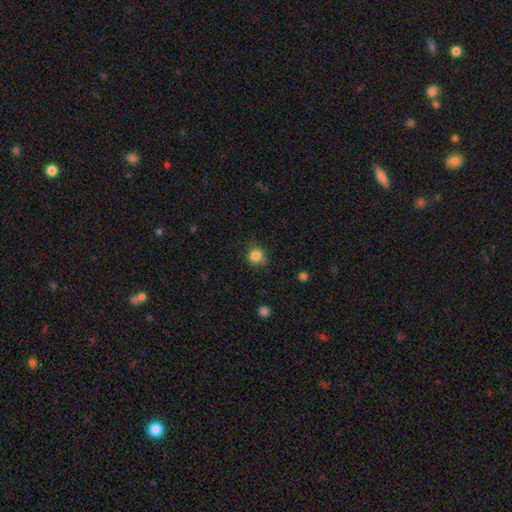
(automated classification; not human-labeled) smooth-or-featured: smooth: 84% | star or artifact: 11% | featured or disk: 5%
  how-rounded: round: 85% | in between: 14% | cigar-shaped: 1%
  merging: none: 74% | minor disturbance: 20% | major disturbance: 5% | merger: 2%